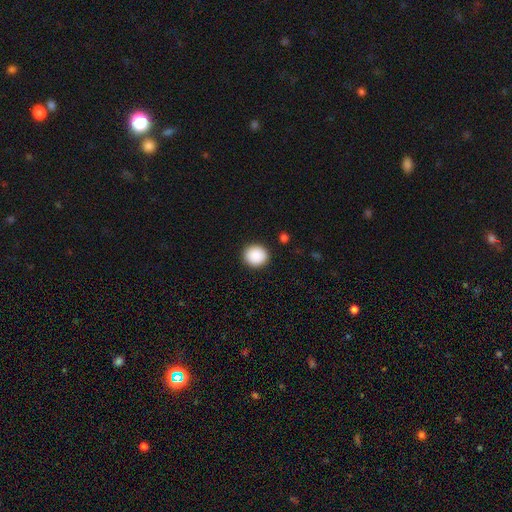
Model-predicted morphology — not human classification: Smooth or featured: smooth — 89% (star or artifact — 8%)
How rounded: round — 88% (in between — 12%)
Merging: none — 92% (minor disturbance — 6%)